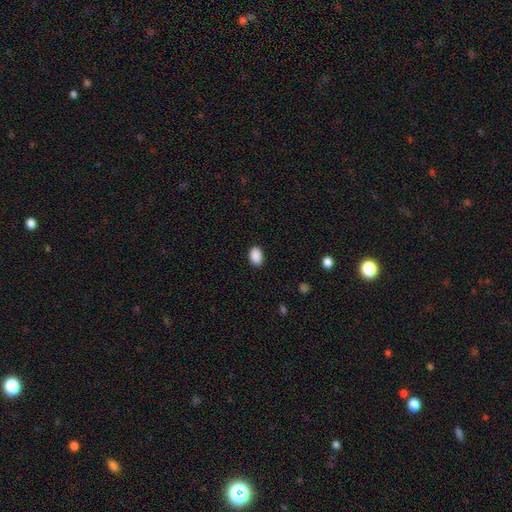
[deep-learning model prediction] smooth-or-featured: smooth: 90% | star or artifact: 8% | featured or disk: 2%
  how-rounded: in between: 83% | round: 16% | cigar-shaped: 1%
  merging: none: 88% | minor disturbance: 9% | major disturbance: 2% | merger: 1%